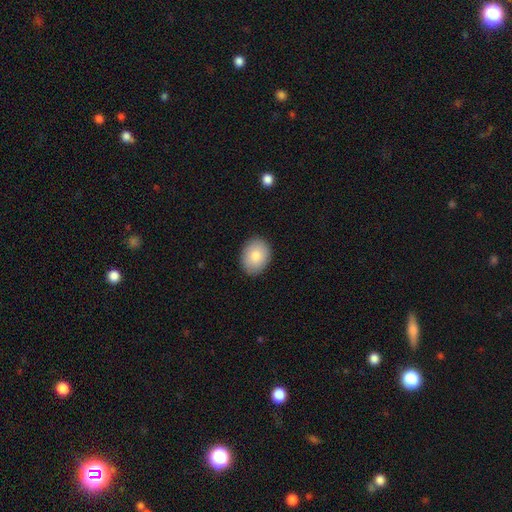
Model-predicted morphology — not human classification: The model was most divided on "how rounded": in between: 58%, round: 41%, cigar-shaped: 1%. More confident: merging — none (88%); smooth or featured — smooth (82%).